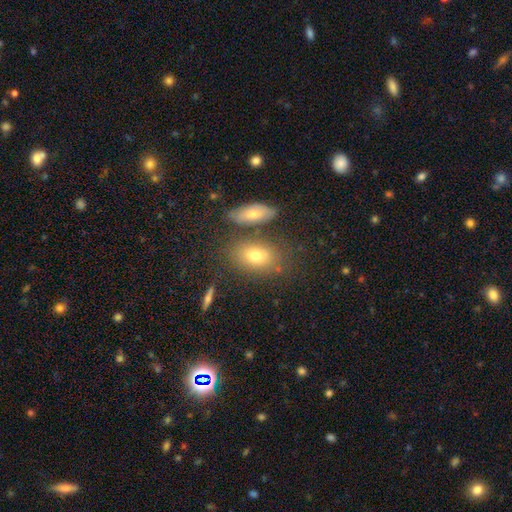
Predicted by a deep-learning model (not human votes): Smooth or featured? smooth (70%)
How rounded? in between (79%)
Merging? none (69%)